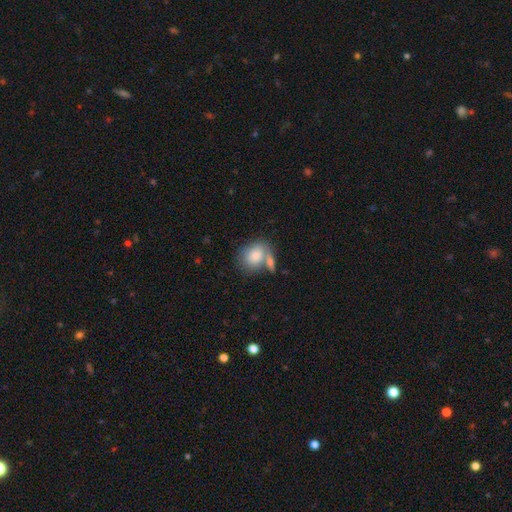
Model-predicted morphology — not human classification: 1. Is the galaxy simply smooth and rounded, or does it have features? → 82% smooth, 11% featured or disk, 7% star or artifact.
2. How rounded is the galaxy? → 58% in between, 40% round, 2% cigar-shaped.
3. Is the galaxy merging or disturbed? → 43% none, 36% merger, 14% minor disturbance, 6% major disturbance.